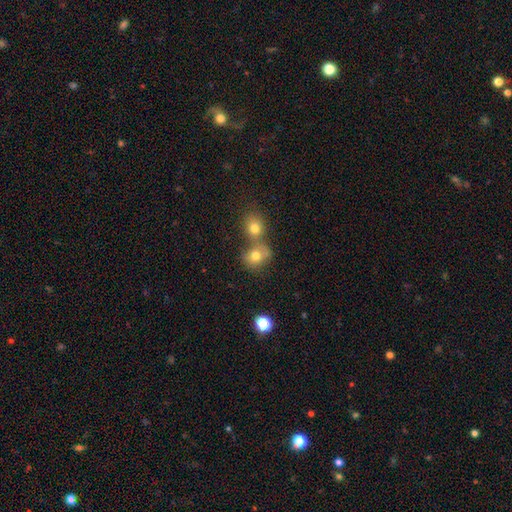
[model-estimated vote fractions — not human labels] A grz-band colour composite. It shows a smooth galaxy with no disk features (75%) that is round (74%). Merging: merger (48%).